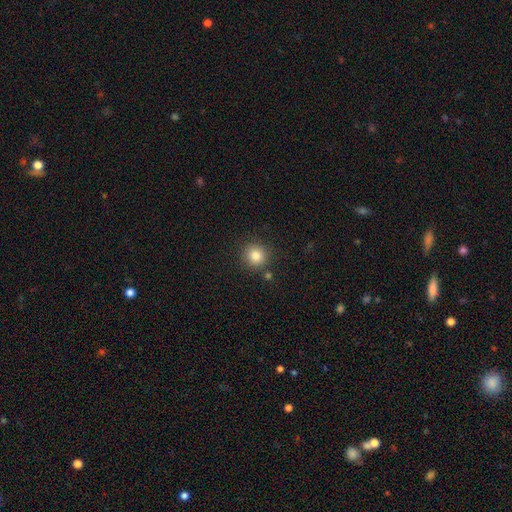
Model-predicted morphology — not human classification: This appears to be a smooth galaxy with no disk features (83%) that is round (93%). Merging: none (85%).